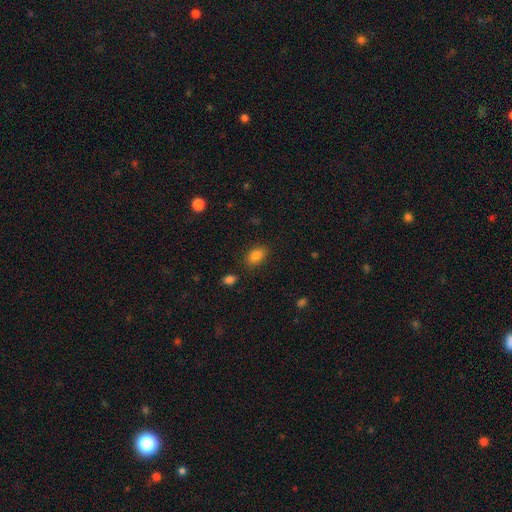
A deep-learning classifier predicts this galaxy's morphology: A smooth galaxy with no disk features (86%) that is in between round and cigar-shaped (87%).

Vote fractions:
- Smooth or featured? smooth: 86% / star or artifact: 9% / featured or disk: 5%
- How rounded? in between: 87% / round: 11% / cigar-shaped: 2%
- Merging? none: 82% / minor disturbance: 12% / major disturbance: 4% / merger: 3%